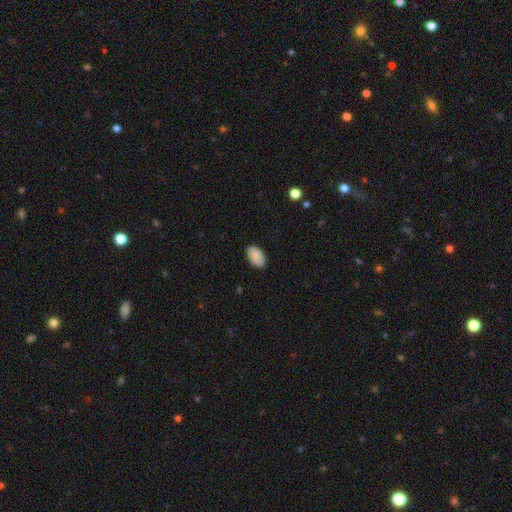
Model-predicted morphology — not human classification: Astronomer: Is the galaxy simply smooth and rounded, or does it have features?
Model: smooth — 86%.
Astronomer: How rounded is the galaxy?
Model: in between — 93%.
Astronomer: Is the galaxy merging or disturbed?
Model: none — 85%.